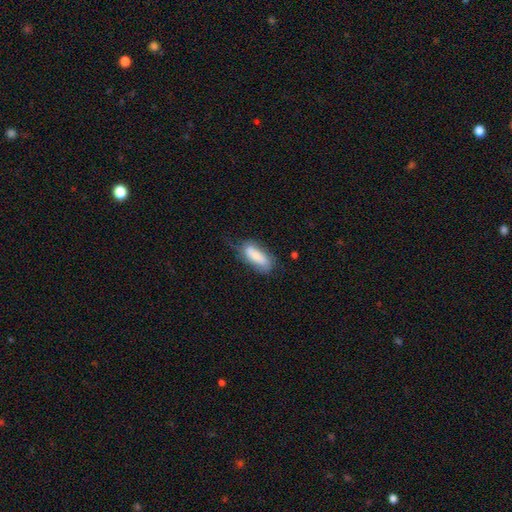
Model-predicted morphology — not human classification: This is likely a smooth galaxy (75%). How rounded: likely in between (78%). Merging: possibly none (54%).